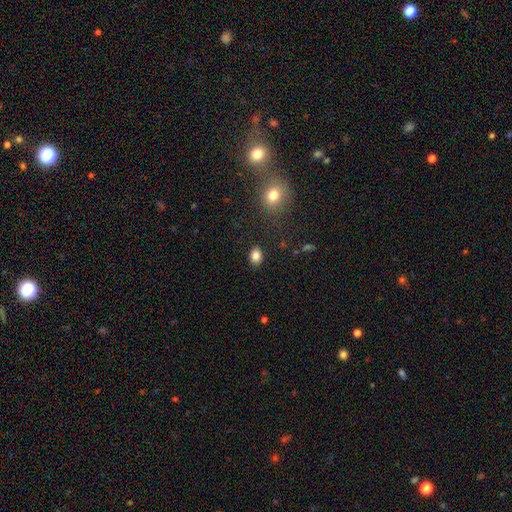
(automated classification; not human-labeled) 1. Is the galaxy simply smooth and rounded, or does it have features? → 84% smooth, 10% star or artifact, 5% featured or disk.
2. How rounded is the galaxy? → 60% in between, 39% round, 1% cigar-shaped.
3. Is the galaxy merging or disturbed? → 87% none, 9% minor disturbance, 3% major disturbance, 2% merger.